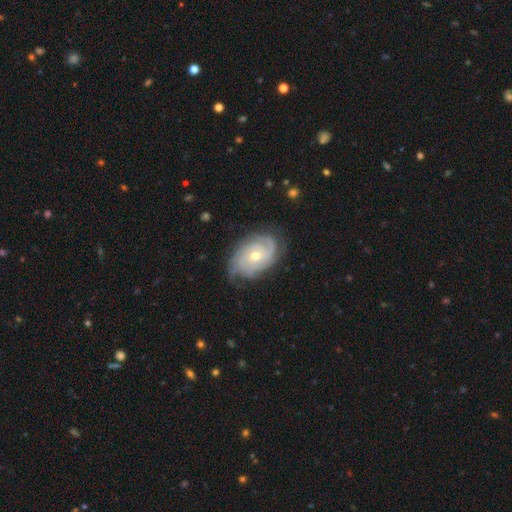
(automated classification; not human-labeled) Q: Smooth or featured?
A: featured or disk (85%); runner-up: smooth (10%)
Q: Edge-on disk?
A: no (96%); runner-up: yes (4%)
Q: Bar?
A: no (76%); runner-up: weak (20%)
Q: Spiral arms?
A: yes (96%); runner-up: no (4%)
Q: Spiral winding?
A: tight (72%); runner-up: medium (22%)
Q: Spiral arm count?
A: can't tell (28%); tied with: 3 (28%)
Q: Bulge size?
A: moderate (51%); runner-up: small (47%)
Q: Merging?
A: none (76%); runner-up: minor disturbance (17%)